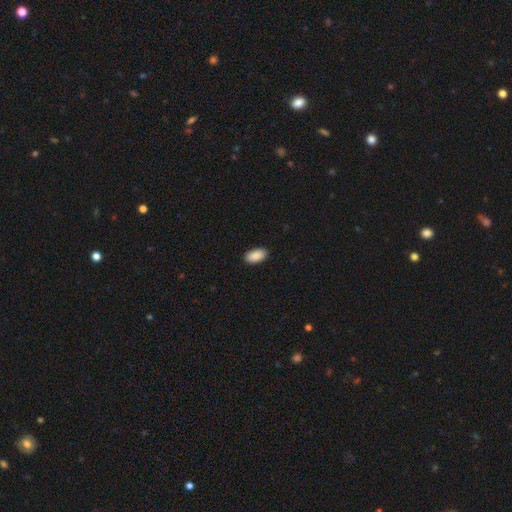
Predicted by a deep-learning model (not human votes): This appears to be a smooth galaxy with no disk features (91%) that is in between round and cigar-shaped (95%). Merging: none (90%).